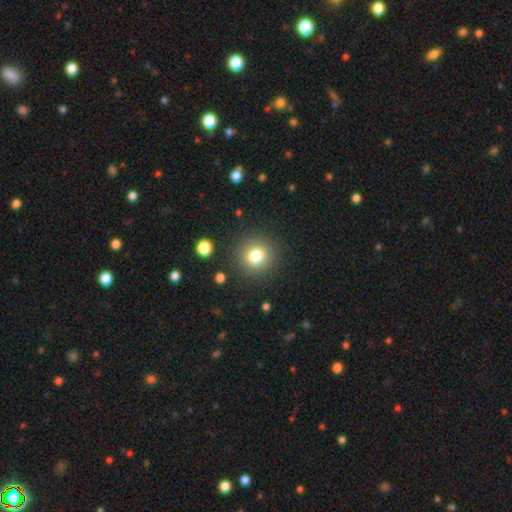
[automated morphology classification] type=smooth (78%); roundness=round (89%); merging=none (88%).